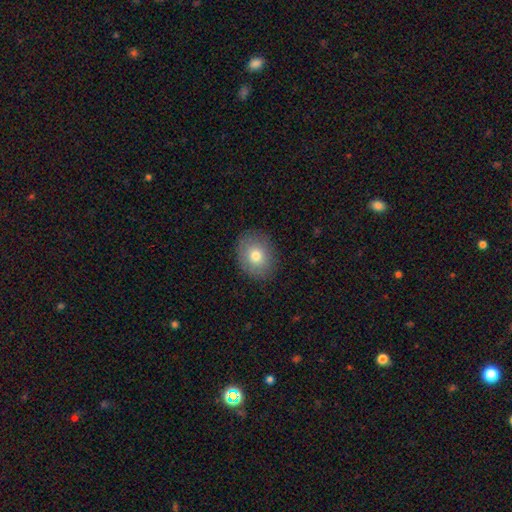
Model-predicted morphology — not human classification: This is likely a smooth galaxy (75%). How rounded: possibly round (51%). Merging: clearly none (86%).